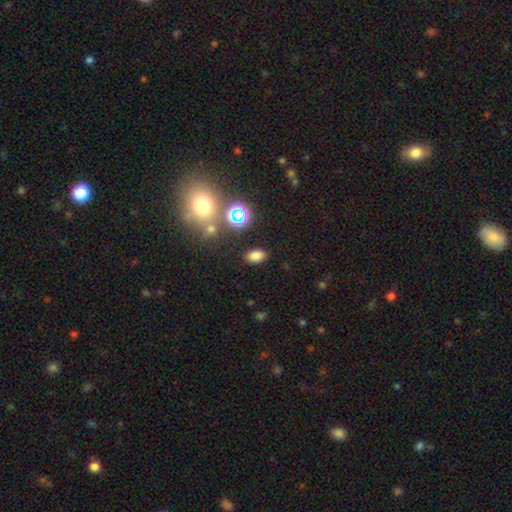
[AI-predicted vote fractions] This is likely a smooth galaxy (76%). How rounded: clearly in between (87%). Merging: clearly none (86%).